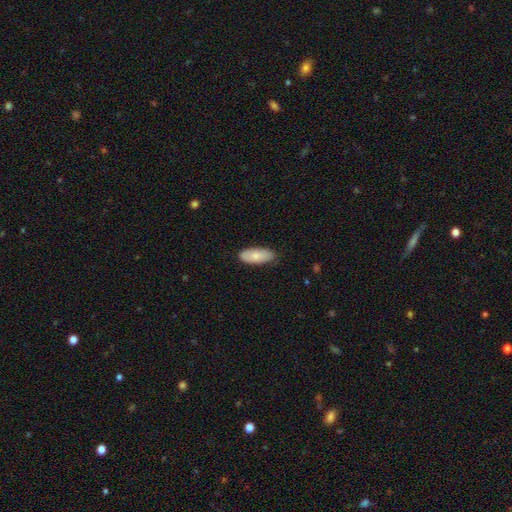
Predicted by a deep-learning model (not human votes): The model was most divided on "how rounded": in between: 78%, cigar-shaped: 20%, round: 2%. More confident: merging — none (81%); smooth or featured — smooth (78%).